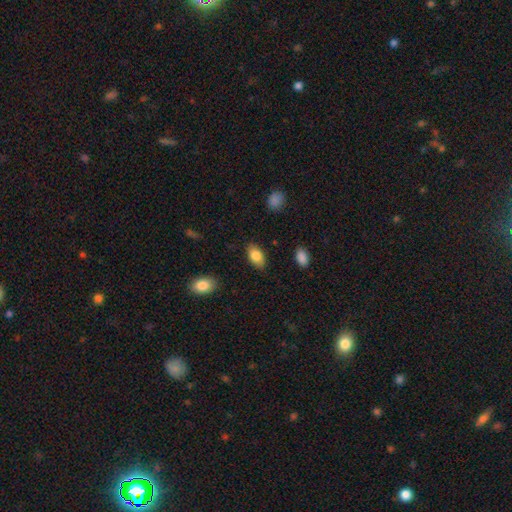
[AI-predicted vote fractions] A smooth galaxy with no disk features (84%) that is in between round and cigar-shaped (93%).

Vote fractions:
- Smooth or featured? smooth: 84% / featured or disk: 9% / star or artifact: 7%
- How rounded? in between: 93% / round: 5% / cigar-shaped: 2%
- Merging? none: 84% / minor disturbance: 12% / major disturbance: 3% / merger: 1%